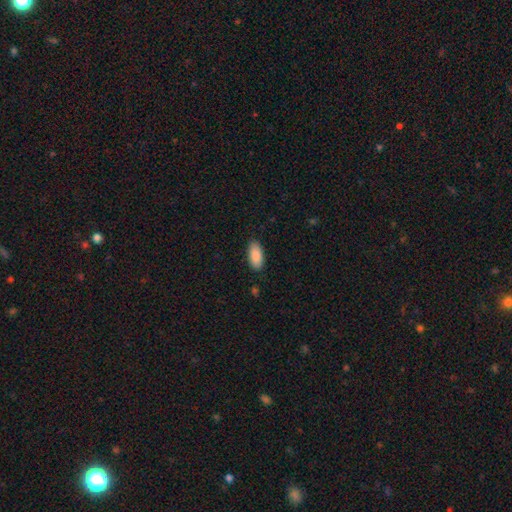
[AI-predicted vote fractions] A smooth galaxy with no disk features (89%) that is in between round and cigar-shaped (91%). Merging: none (88%).